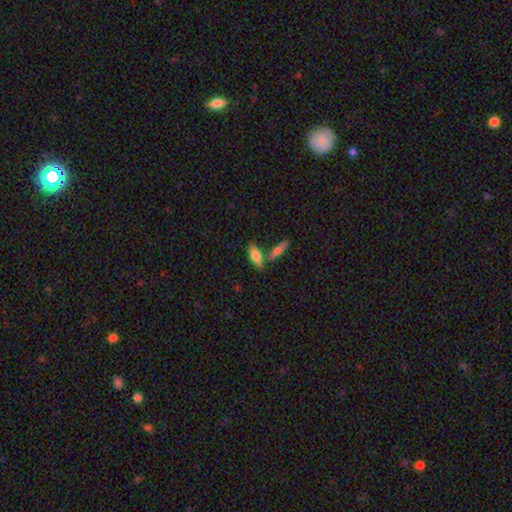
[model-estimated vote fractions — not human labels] This is likely a smooth galaxy (64%). How rounded: likely in between (61%). Merging: likely none (60%).